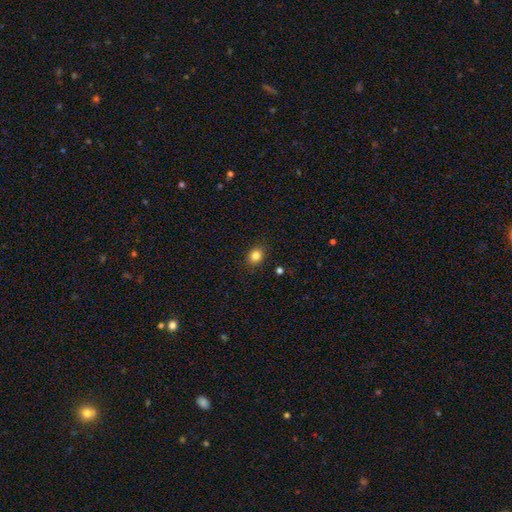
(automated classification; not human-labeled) Q: Smooth or featured?
A: smooth (83%); runner-up: star or artifact (11%)
Q: How rounded?
A: round (55%); runner-up: in between (44%)
Q: Merging?
A: none (88%); runner-up: minor disturbance (8%)